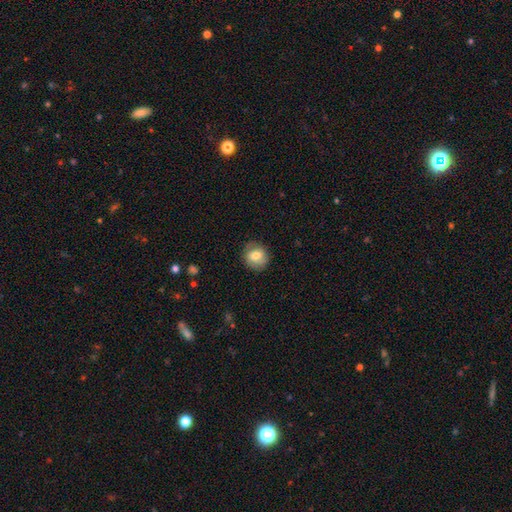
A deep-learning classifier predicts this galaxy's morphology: smooth 75%, featured or disk 17%, star or artifact 8%. Down the decision tree: how rounded — round (83%); merging — none (82%).